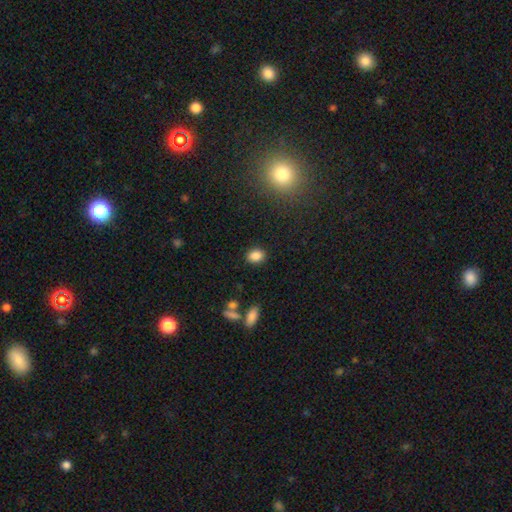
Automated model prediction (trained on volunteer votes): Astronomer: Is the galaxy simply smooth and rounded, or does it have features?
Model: smooth — 86%.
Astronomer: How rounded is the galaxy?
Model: in between — 60% (runner-up: round, 39%).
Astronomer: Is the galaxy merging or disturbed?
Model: none — 87%.